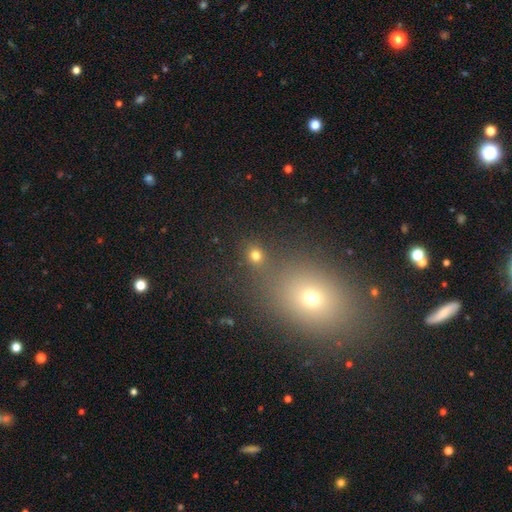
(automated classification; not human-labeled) A smooth galaxy with no disk features (73%) that is round (77%). Merging: none (73%).